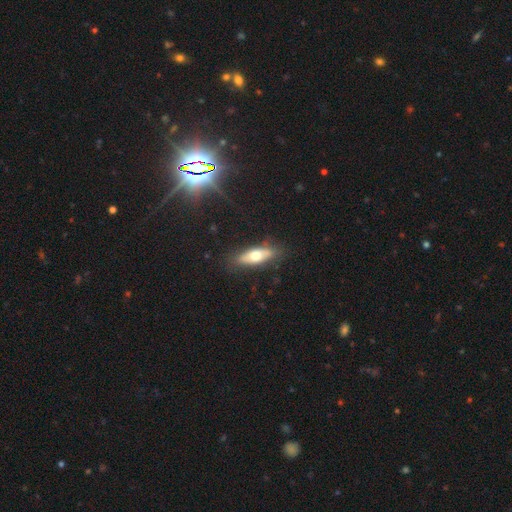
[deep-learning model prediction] A smooth galaxy with no disk features (58%) that is in between round and cigar-shaped (63%). Merging: none (82%).